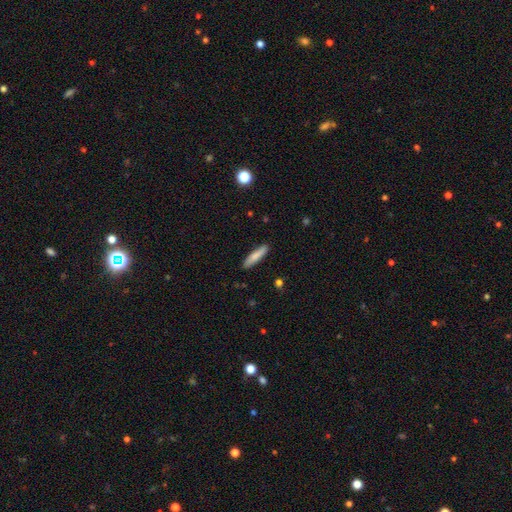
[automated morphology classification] smooth-or-featured: smooth: 80% | featured or disk: 14% | star or artifact: 6%
  how-rounded: cigar-shaped: 83% | in between: 16% | round: 1%
  merging: none: 88% | minor disturbance: 9% | major disturbance: 2% | merger: 1%